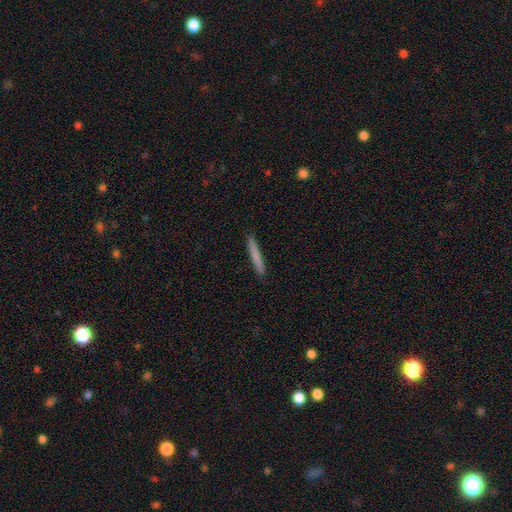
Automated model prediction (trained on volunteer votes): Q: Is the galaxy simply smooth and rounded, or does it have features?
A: smooth — 79%.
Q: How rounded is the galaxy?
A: cigar-shaped — 96%.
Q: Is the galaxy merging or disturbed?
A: none — 91%.